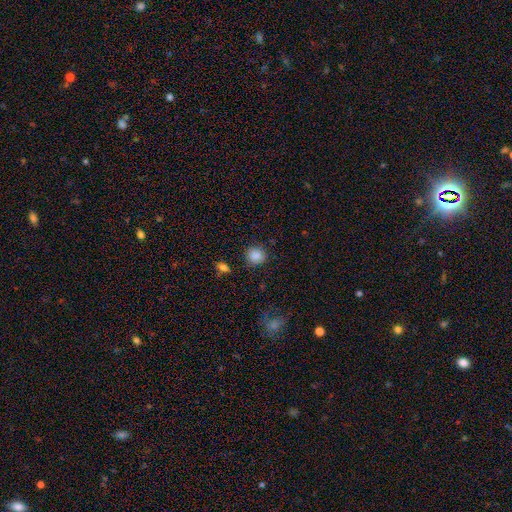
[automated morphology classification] The model was most divided on "how rounded": round: 87%, in between: 12%, cigar-shaped: 1%. More confident: smooth or featured — smooth (86%); merging — none (86%).